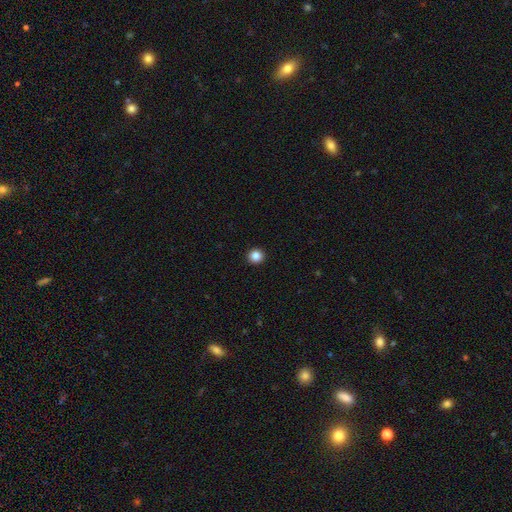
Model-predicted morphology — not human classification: Q: Smooth or featured?
A: smooth (86%); runner-up: star or artifact (11%)
Q: How rounded?
A: round (94%); runner-up: in between (5%)
Q: Merging?
A: none (94%); runner-up: minor disturbance (4%)